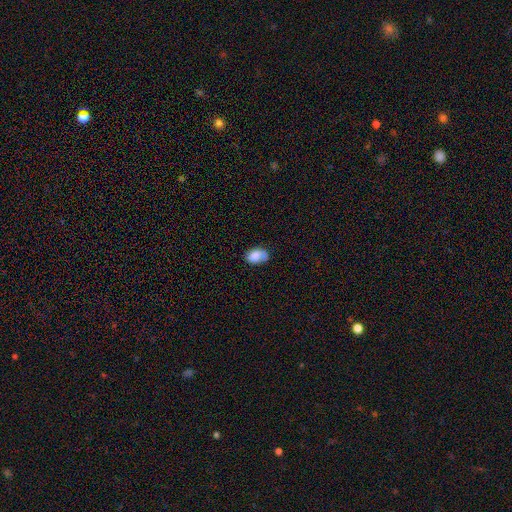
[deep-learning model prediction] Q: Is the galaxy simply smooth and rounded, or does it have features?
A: smooth — 79%.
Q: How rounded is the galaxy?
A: in between — 86%.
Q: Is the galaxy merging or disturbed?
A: none — 57%.